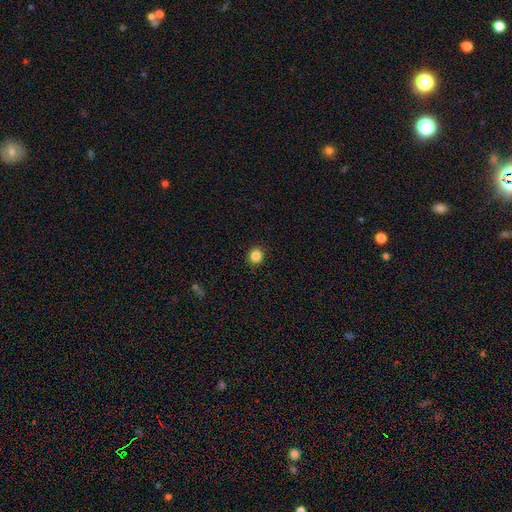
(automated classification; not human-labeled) Smooth or featured?
  - smooth: 84% *
  - star or artifact: 11%
  - featured or disk: 4%
How rounded?
  - round: 88% *
  - in between: 11%
  - cigar-shaped: 1%
Merging?
  - none: 92% *
  - minor disturbance: 5%
  - major disturbance: 2%
  - merger: 1%